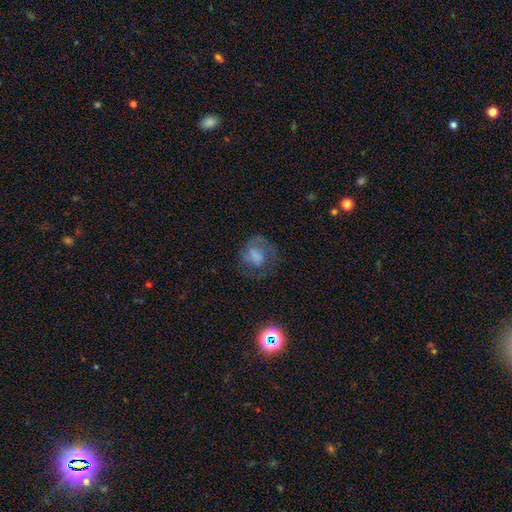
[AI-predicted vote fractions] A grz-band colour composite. It shows a smooth galaxy with no disk features (47%). Merging: none (50%).